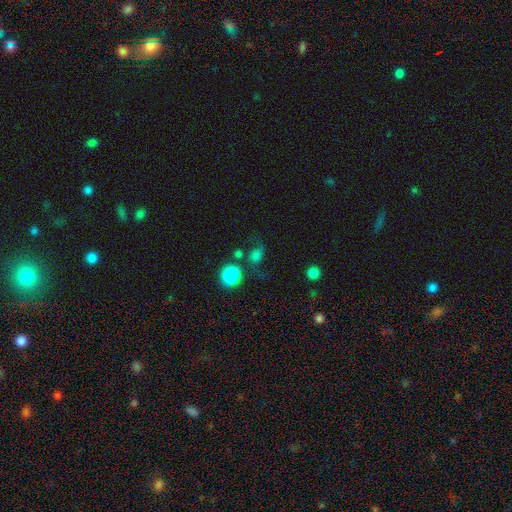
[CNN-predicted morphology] The model was most divided on "merging": none: 51%, minor disturbance: 20%, major disturbance: 19%, merger: 11%. More confident: how rounded — round (65%); smooth or featured — smooth (63%).